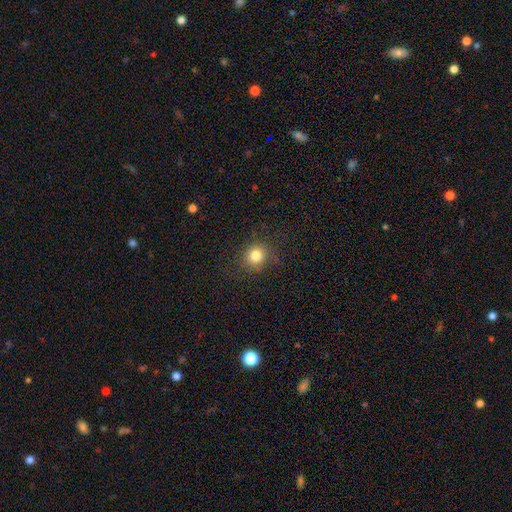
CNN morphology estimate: Smooth or featured?
  - smooth: 81% *
  - star or artifact: 13%
  - featured or disk: 7%
How rounded?
  - round: 86% *
  - in between: 13%
  - cigar-shaped: 1%
Merging?
  - none: 86% *
  - minor disturbance: 9%
  - major disturbance: 4%
  - merger: 1%